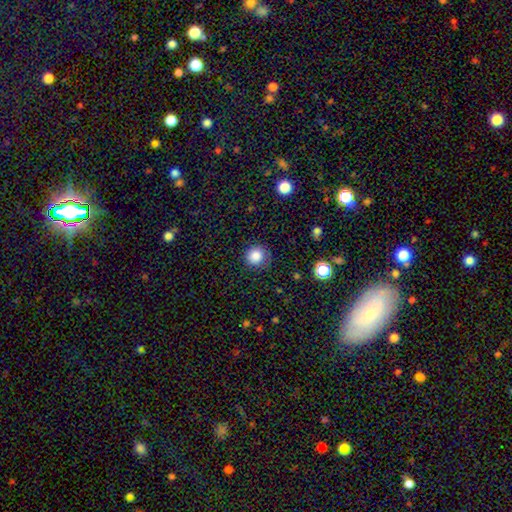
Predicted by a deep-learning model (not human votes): Morphology: type=smooth (84%); roundness=round (93%); merging=none (81%).